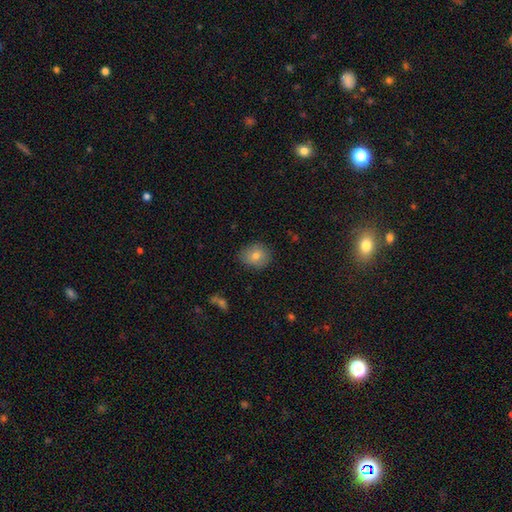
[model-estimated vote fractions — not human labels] Overall: smooth (76%). How rounded: round (70%). Merging: none (84%).